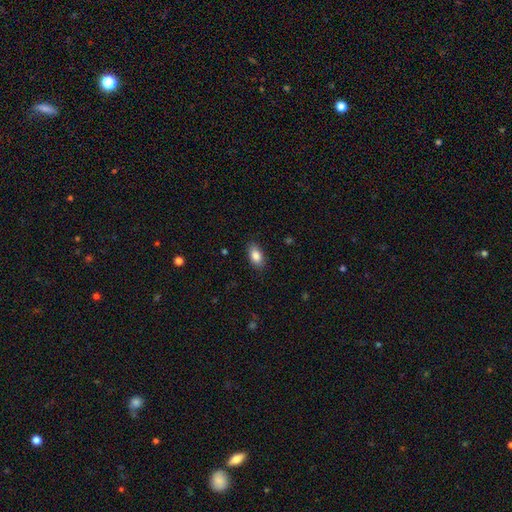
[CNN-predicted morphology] Smooth or featured? Predicted: smooth (p=0.86). How rounded? Predicted: in between (p=0.91). Merging? Predicted: none (p=0.87).